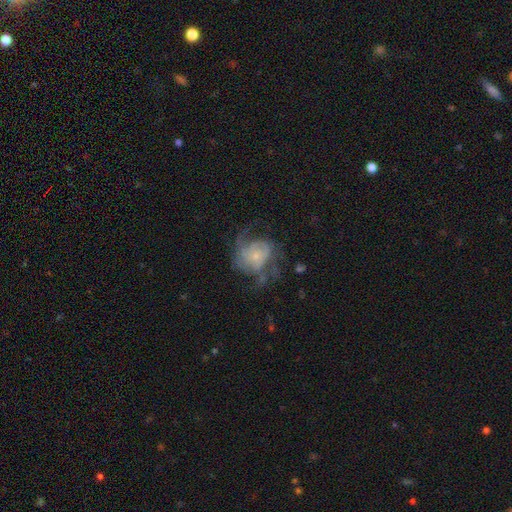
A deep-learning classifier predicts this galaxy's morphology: smooth-or-featured: featured or disk: 72% | smooth: 21% | star or artifact: 8%
  disk-edge-on: no: 98% | yes: 2%
    bar: no: 75% | weak: 21% | strong: 4%
    has-spiral-arms: yes: 83% | no: 17%
      spiral-winding: medium: 42% | loose: 32% | tight: 26%
      spiral-arm-count: 2: 35% | can't tell: 28% | 3: 17% | 1: 9% | 4: 6% | more than 4: 5%
    bulge-size: small: 70% | moderate: 19% | none: 6% | large: 3% | dominant: 2%
  merging: none: 39% | major disturbance: 37% | minor disturbance: 21% | merger: 3%